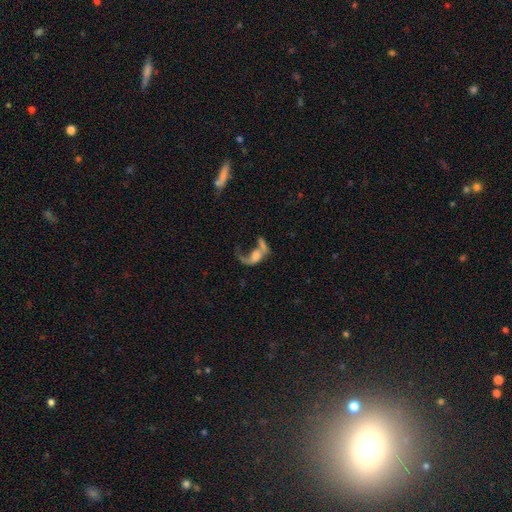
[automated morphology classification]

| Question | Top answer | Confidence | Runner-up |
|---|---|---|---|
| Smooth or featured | featured or disk | 57% | smooth (32%) |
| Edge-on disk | no | 93% | yes (7%) |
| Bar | no | 72% | weak (21%) |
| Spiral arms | yes | 61% | no (39%) |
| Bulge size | moderate | 33% | none (23%) |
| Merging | merger | 37% | major disturbance (36%) |